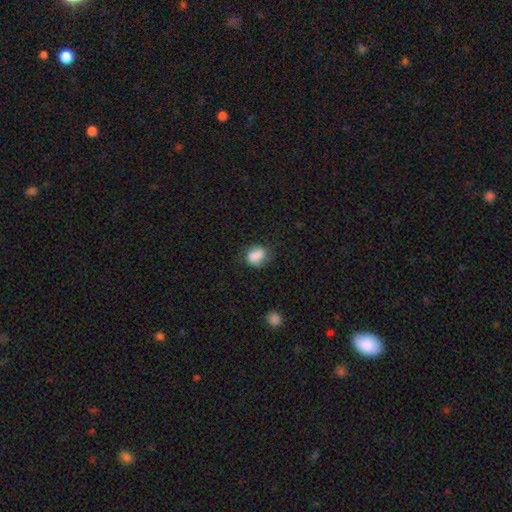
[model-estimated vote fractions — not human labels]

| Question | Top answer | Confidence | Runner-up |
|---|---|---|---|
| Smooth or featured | smooth | 83% | star or artifact (9%) |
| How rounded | in between | 59% | round (39%) |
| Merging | none | 60% | minor disturbance (27%) |